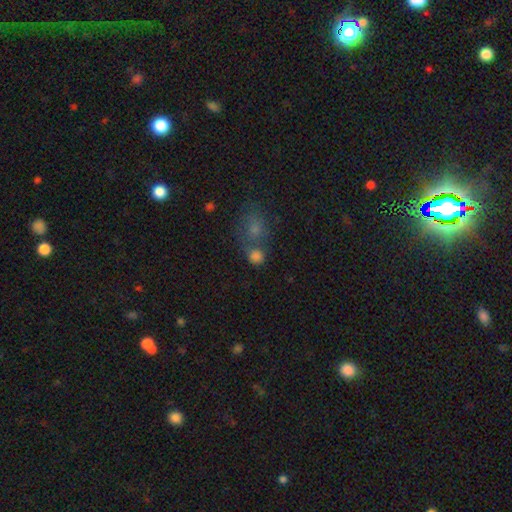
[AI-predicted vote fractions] Q: Smooth or featured?
A: smooth (79%); runner-up: star or artifact (13%)
Q: How rounded?
A: round (81%); runner-up: in between (18%)
Q: Merging?
A: none (44%); runner-up: merger (39%)